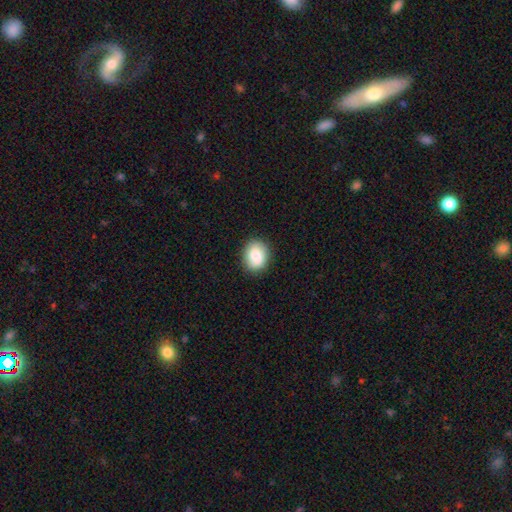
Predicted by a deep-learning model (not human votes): This appears to be a smooth galaxy with no disk features (79%) that is round (52%). Merging: none (86%).